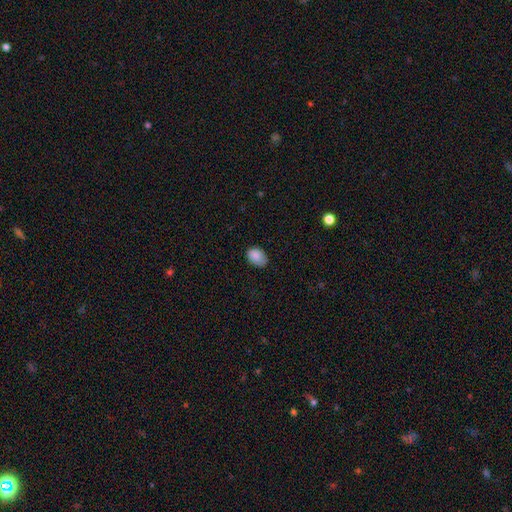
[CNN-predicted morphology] Smooth or featured?
  - smooth: 87% *
  - star or artifact: 8%
  - featured or disk: 5%
How rounded?
  - in between: 80% *
  - round: 19%
  - cigar-shaped: 1%
Merging?
  - none: 75% *
  - minor disturbance: 21%
  - major disturbance: 3%
  - merger: 1%